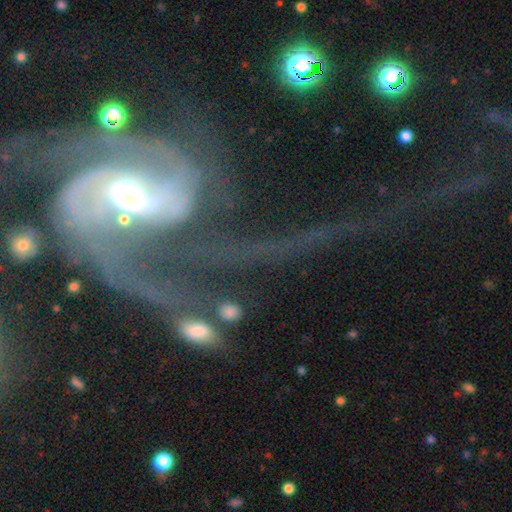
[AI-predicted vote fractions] Smooth or featured? Predicted: featured or disk (p=0.85). Edge-on disk? Predicted: no (p=0.96). Bar? Predicted: no (p=0.36). Spiral arms? Predicted: yes (p=0.91). Spiral winding? Predicted: loose (p=0.48). Spiral arm count? Predicted: 2 (p=0.64). Bulge size? Predicted: moderate (p=0.59). Merging? Predicted: major disturbance (p=0.43).